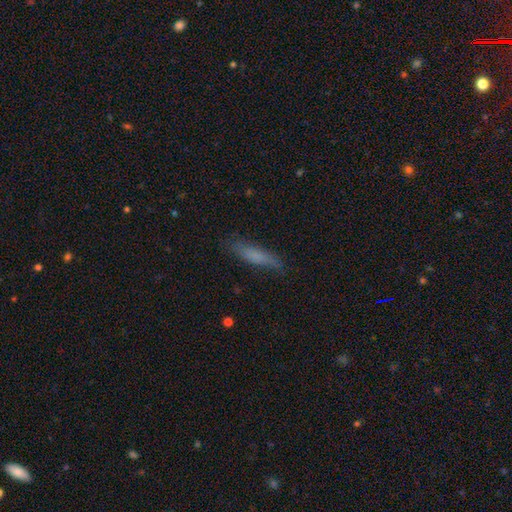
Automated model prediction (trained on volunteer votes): A smooth galaxy with no disk features (71%) that is cigar-shaped (80%). Merging: none (75%).